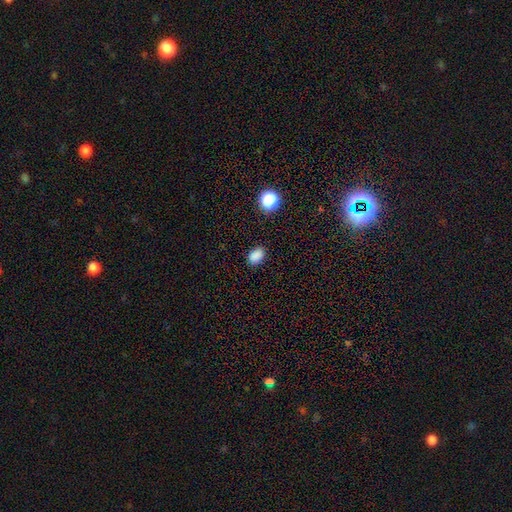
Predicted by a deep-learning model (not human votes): smooth-or-featured: smooth: 85% | star or artifact: 12% | featured or disk: 3%
  how-rounded: in between: 83% | round: 16% | cigar-shaped: 1%
  merging: none: 86% | minor disturbance: 10% | major disturbance: 2% | merger: 1%